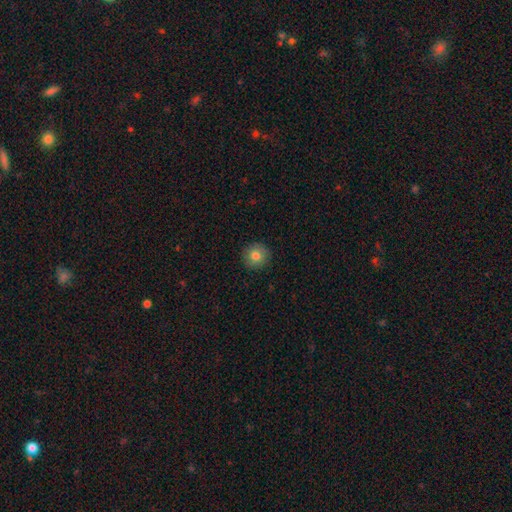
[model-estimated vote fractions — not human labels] A smooth galaxy with no disk features (80%) that is round (94%).

Vote fractions:
- Smooth or featured? smooth: 80% / featured or disk: 10% / star or artifact: 10%
- How rounded? round: 94% / in between: 5% / cigar-shaped: 1%
- Merging? none: 92% / minor disturbance: 6% / major disturbance: 2% / merger: 1%